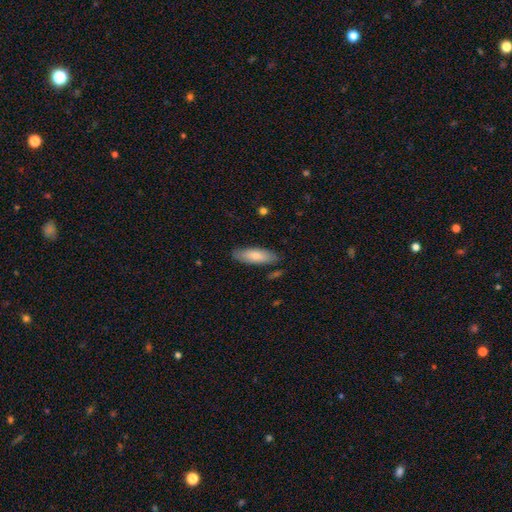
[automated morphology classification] A smooth galaxy with no disk features (77%) that is in between round and cigar-shaped (64%).

Vote fractions:
- Smooth or featured? smooth: 77% / featured or disk: 17% / star or artifact: 5%
- How rounded? in between: 64% / cigar-shaped: 35% / round: 2%
- Merging? none: 83% / minor disturbance: 13% / major disturbance: 2% / merger: 2%